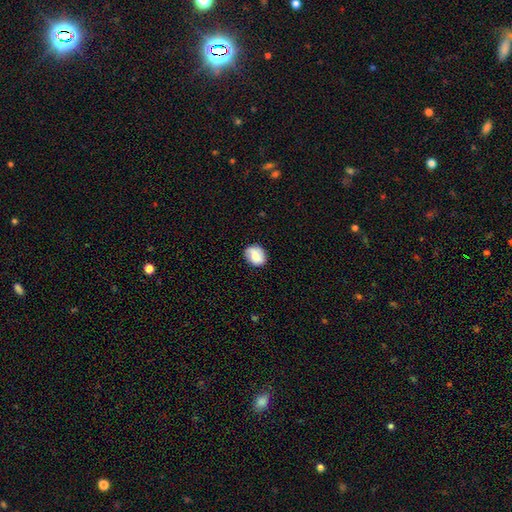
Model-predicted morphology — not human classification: Q: Smooth or featured?
A: smooth (65%); runner-up: featured or disk (27%)
Q: How rounded?
A: round (55%); runner-up: in between (44%)
Q: Merging?
A: none (78%); runner-up: minor disturbance (16%)